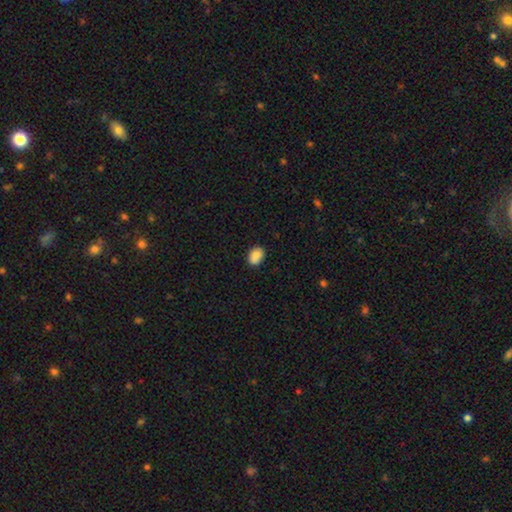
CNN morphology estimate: Smooth or featured: smooth — 86% (star or artifact — 8%)
How rounded: in between — 76% (round — 23%)
Merging: none — 78% (minor disturbance — 15%)